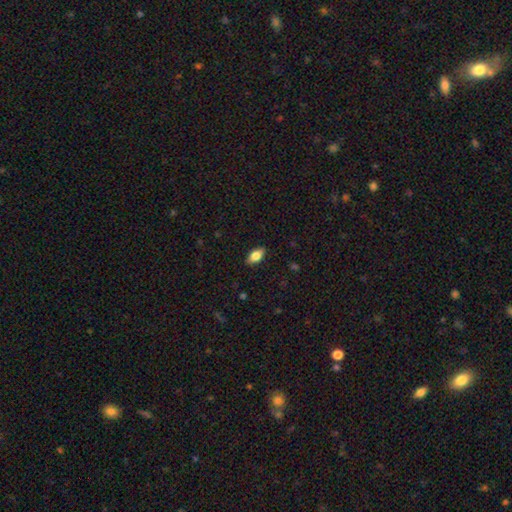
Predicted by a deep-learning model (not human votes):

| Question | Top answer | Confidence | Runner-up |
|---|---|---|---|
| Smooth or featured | smooth | 75% | featured or disk (17%) |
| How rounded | in between | 88% | cigar-shaped (8%) |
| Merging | none | 87% | minor disturbance (10%) |